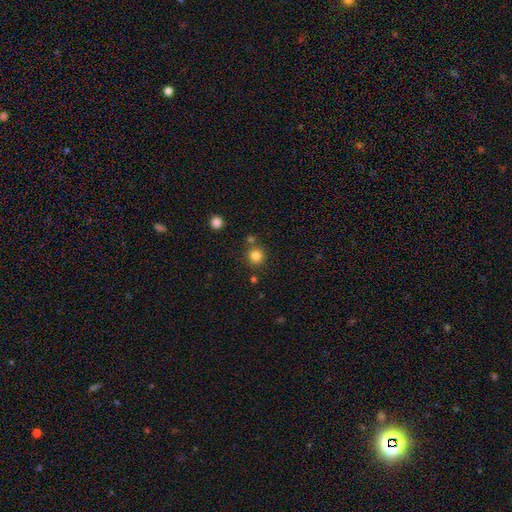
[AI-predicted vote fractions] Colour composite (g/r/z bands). It shows a smooth galaxy with no disk features (83%) that is round (94%). Merging: none (81%).